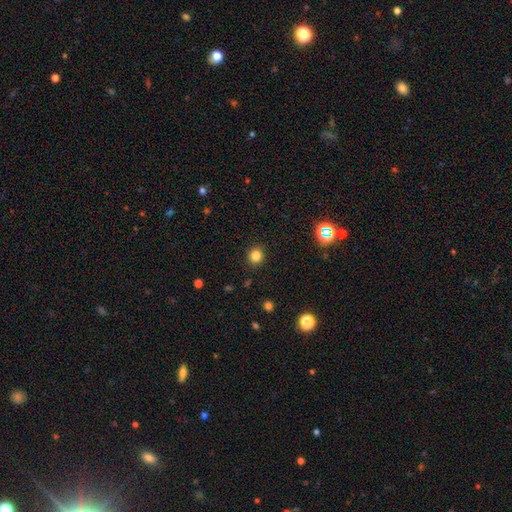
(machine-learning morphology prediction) smooth_or_featured: smooth (p=0.81) [alt: star or artifact p=0.14]
how_rounded: round (p=0.89) [alt: in between p=0.11]
merging: none (p=0.91) [alt: minor disturbance p=0.06]